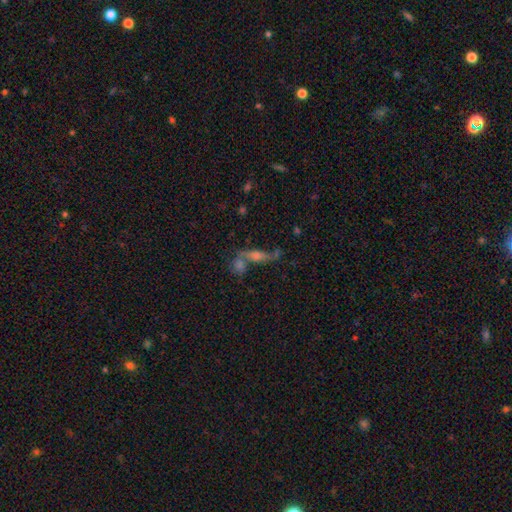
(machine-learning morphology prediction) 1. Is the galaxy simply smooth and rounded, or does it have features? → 52% featured or disk, 30% smooth, 18% star or artifact.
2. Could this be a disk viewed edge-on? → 58% no, 42% yes.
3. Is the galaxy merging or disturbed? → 40% merger, 38% none, 12% minor disturbance, 10% major disturbance.